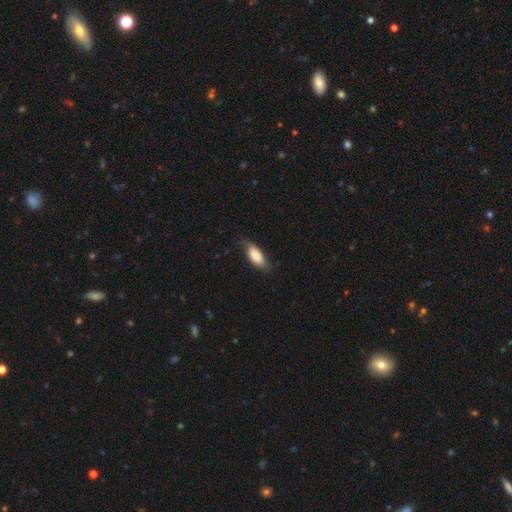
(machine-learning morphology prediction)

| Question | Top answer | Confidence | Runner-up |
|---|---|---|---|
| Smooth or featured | smooth | 79% | featured or disk (15%) |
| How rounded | in between | 84% | cigar-shaped (13%) |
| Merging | none | 62% | minor disturbance (28%) |